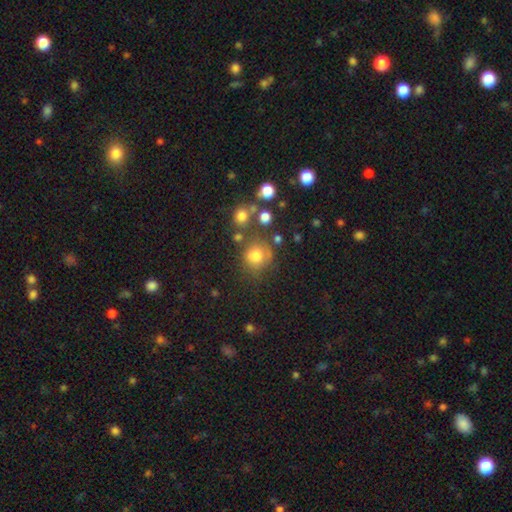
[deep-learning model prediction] smooth-or-featured: smooth: 74% | star or artifact: 15% | featured or disk: 11%
  how-rounded: round: 84% | in between: 15% | cigar-shaped: 1%
  merging: none: 61% | minor disturbance: 18% | merger: 11% | major disturbance: 9%